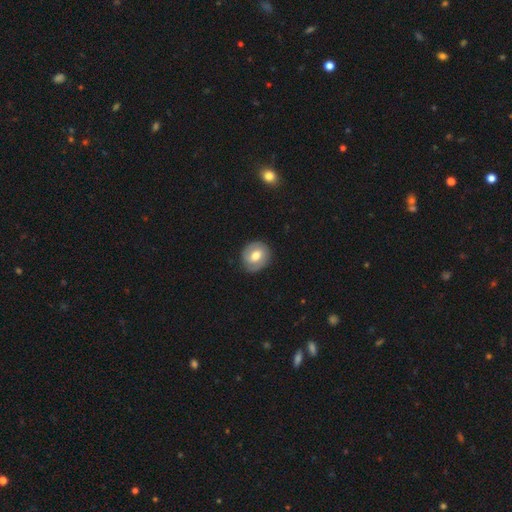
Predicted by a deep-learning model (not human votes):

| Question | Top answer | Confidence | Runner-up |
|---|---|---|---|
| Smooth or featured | smooth | 51% | featured or disk (42%) |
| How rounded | round | 76% | in between (23%) |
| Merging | none | 84% | minor disturbance (12%) |